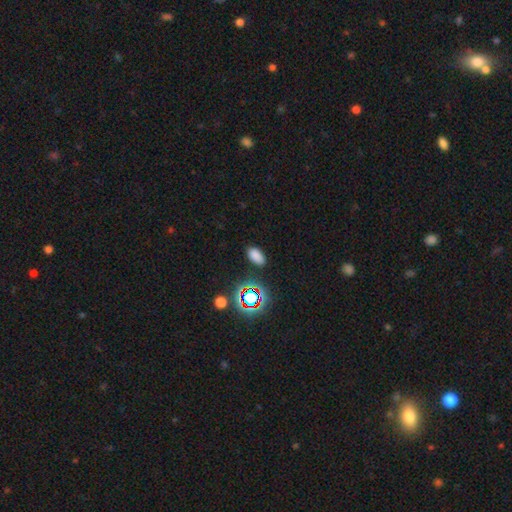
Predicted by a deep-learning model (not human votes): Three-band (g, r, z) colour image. It shows a smooth galaxy with no disk features (75%) that is in between round and cigar-shaped (91%). Merging: none (86%).